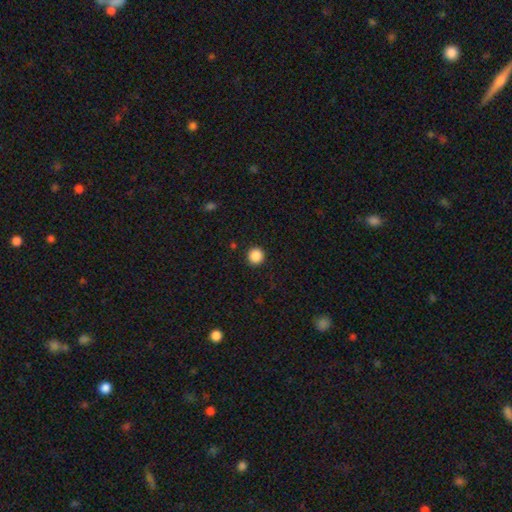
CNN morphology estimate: A smooth galaxy with no disk features (88%) that is round (95%).

Vote fractions:
- Smooth or featured? smooth: 88% / star or artifact: 10% / featured or disk: 3%
- How rounded? round: 95% / in between: 4% / cigar-shaped: 1%
- Merging? none: 93% / minor disturbance: 4% / major disturbance: 2% / merger: 1%